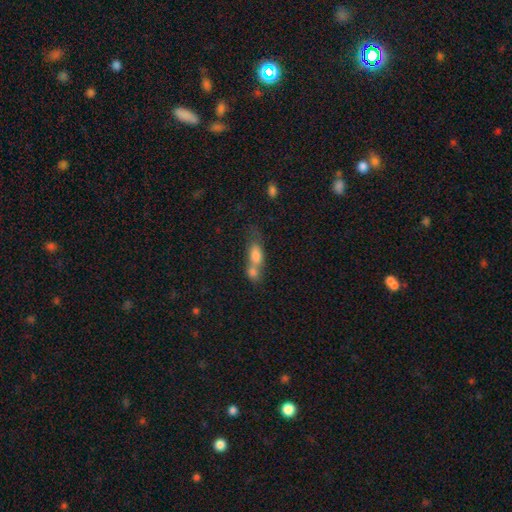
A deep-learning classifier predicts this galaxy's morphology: Q: Smooth or featured?
A: smooth (74%); runner-up: featured or disk (17%)
Q: How rounded?
A: in between (69%); runner-up: cigar-shaped (16%)
Q: Merging?
A: merger (66%); runner-up: none (20%)